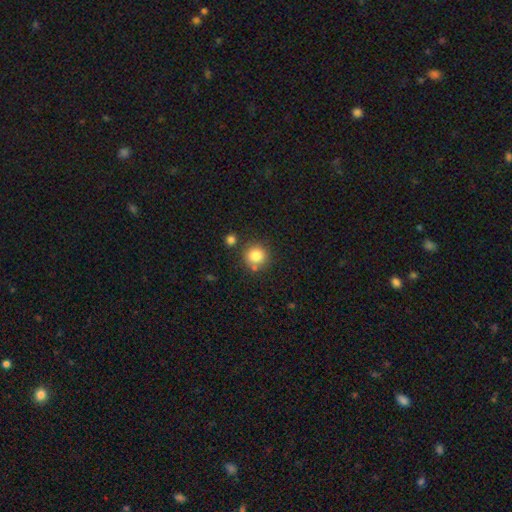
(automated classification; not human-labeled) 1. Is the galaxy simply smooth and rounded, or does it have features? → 83% smooth, 10% star or artifact, 6% featured or disk.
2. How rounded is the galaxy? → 92% round, 7% in between, 1% cigar-shaped.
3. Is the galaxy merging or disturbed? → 76% none, 10% minor disturbance, 10% merger, 3% major disturbance.